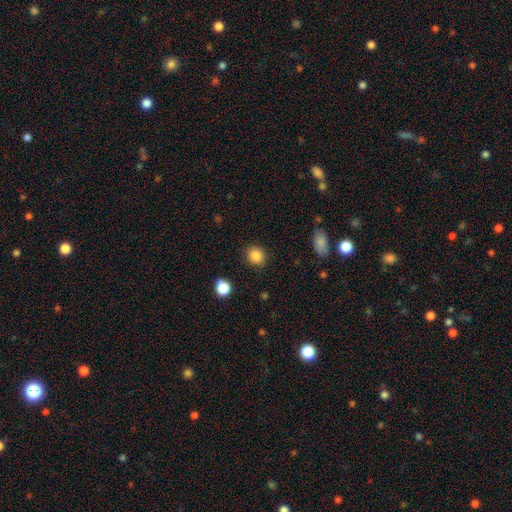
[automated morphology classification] Overall: smooth (86%). How rounded: round (84%). Merging: none (89%).